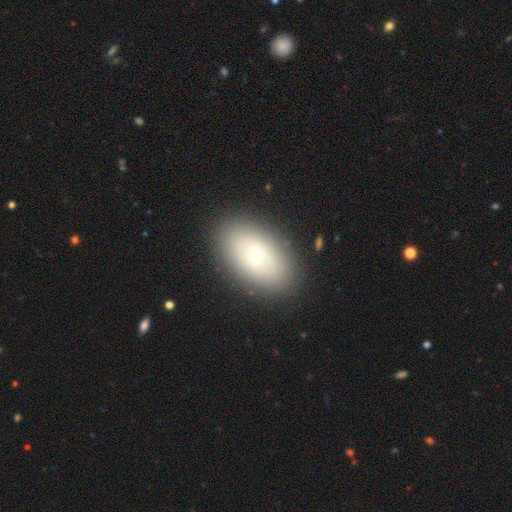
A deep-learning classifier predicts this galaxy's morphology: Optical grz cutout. It shows a smooth galaxy with no disk features (72%) that is in between round and cigar-shaped (91%). Merging: none (87%).